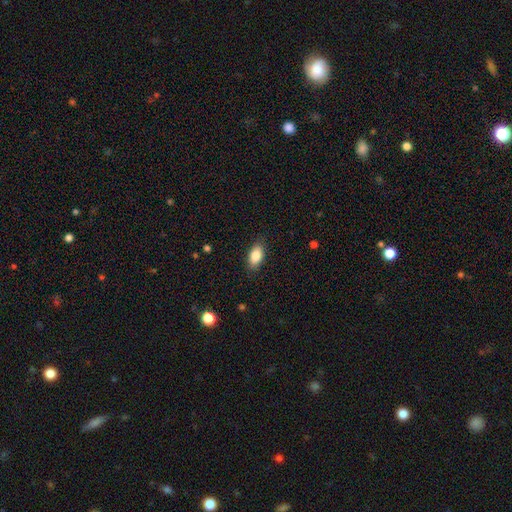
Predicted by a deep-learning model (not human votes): This appears to be a smooth galaxy with no disk features (84%) that is in between round and cigar-shaped (89%). Merging: none (86%).